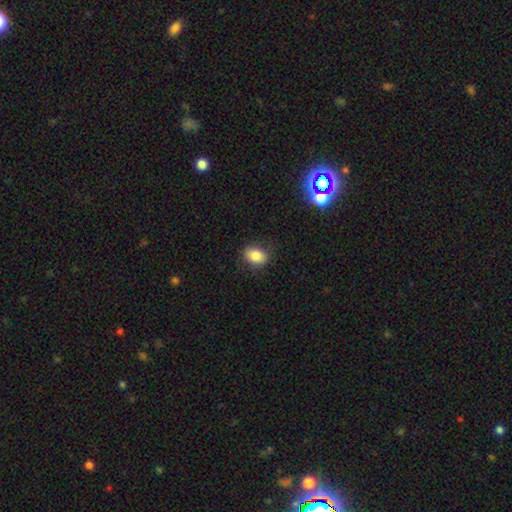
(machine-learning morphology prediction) Smooth or featured: smooth — 84% (star or artifact — 9%)
How rounded: in between — 68% (round — 31%)
Merging: none — 83% (minor disturbance — 13%)